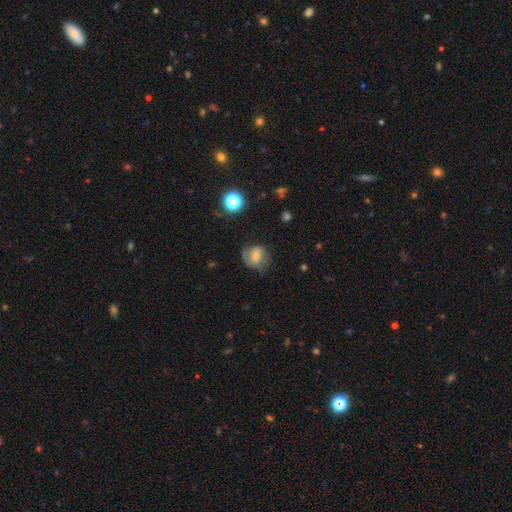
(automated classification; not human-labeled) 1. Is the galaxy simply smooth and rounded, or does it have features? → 56% smooth, 33% featured or disk, 11% star or artifact.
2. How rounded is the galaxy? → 68% round, 31% in between, 1% cigar-shaped.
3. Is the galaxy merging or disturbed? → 58% none, 27% minor disturbance, 13% major disturbance, 2% merger.